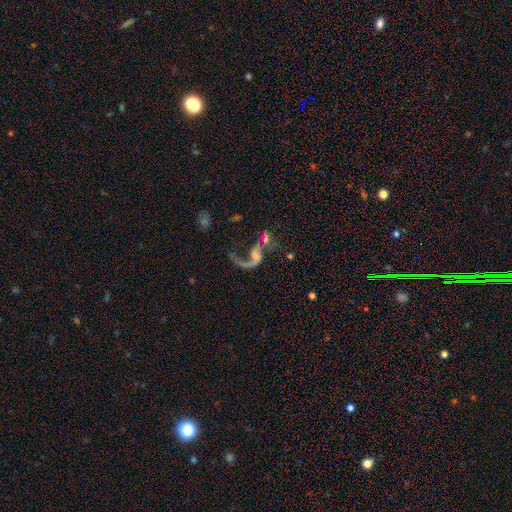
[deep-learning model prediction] The model was most divided on "merging": merger: 35%, major disturbance: 29%, none: 26%, minor disturbance: 10%. Remaining: edge-on disk — no (96%); spiral winding — loose (87%); spiral arms — yes (81%); smooth or featured — featured or disk (74%); bar — no (57%); spiral arm count — 1 (53%); bulge size — small (39%).